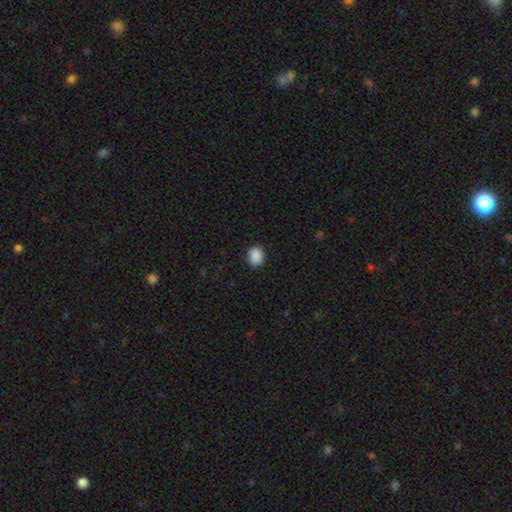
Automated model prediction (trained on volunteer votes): The model was most divided on "how rounded": round: 70%, in between: 29%, cigar-shaped: 1%. More confident: merging — none (90%); smooth or featured — smooth (89%).